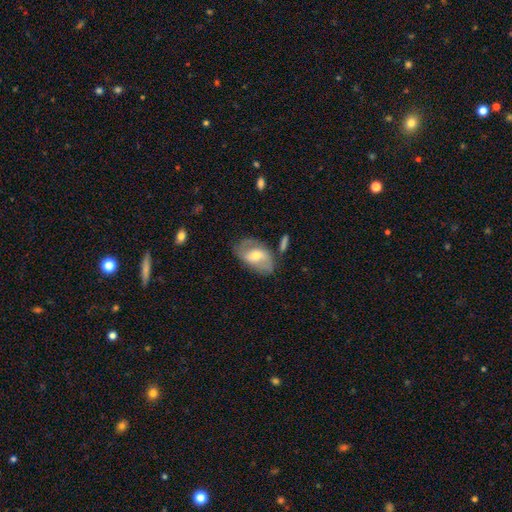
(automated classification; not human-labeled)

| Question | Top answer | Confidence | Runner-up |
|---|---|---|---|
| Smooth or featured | featured or disk | 58% | smooth (35%) |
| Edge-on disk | no | 93% | yes (7%) |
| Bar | weak | 45% | no (31%) |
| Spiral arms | yes | 73% | no (27%) |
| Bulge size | moderate | 58% | small (36%) |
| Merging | none | 64% | minor disturbance (23%) |